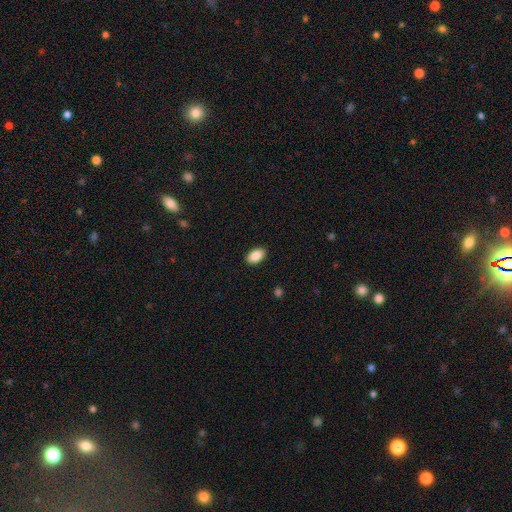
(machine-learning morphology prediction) Overall: smooth (89%). How rounded: in between (92%). Merging: none (90%).